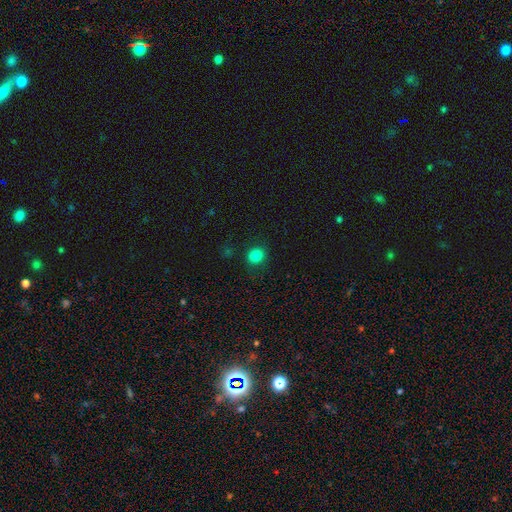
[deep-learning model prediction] Smooth or featured? Predicted: smooth (p=0.83). How rounded? Predicted: round (p=0.82). Merging? Predicted: none (p=0.87).